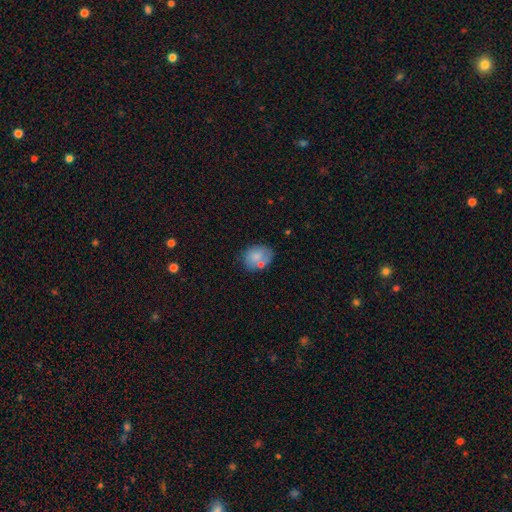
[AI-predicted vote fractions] This appears to be a smooth galaxy with no disk features (74%) that is in between round and cigar-shaped (61%). Merging: none (57%).